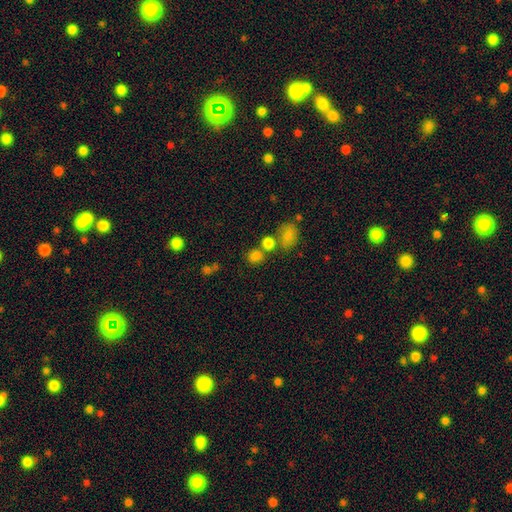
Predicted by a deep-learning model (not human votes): A smooth galaxy with no disk features (79%) that is round (72%).

Vote fractions:
- Smooth or featured? smooth: 79% / star or artifact: 14% / featured or disk: 7%
- How rounded? round: 72% / in between: 27% / cigar-shaped: 1%
- Merging? none: 60% / merger: 25% / minor disturbance: 10% / major disturbance: 5%